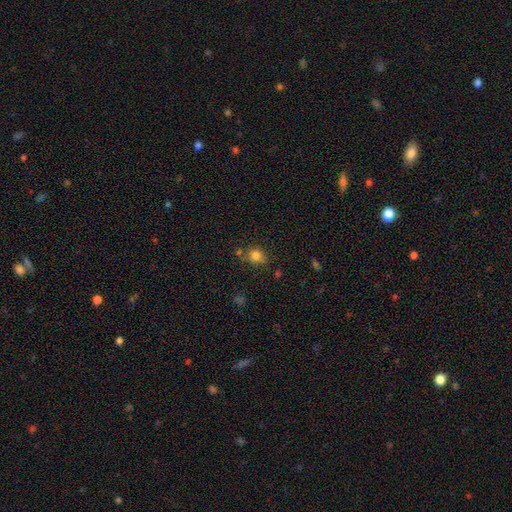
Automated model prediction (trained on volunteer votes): This is likely a smooth galaxy (80%). How rounded: likely round (75%). Merging: likely none (67%).